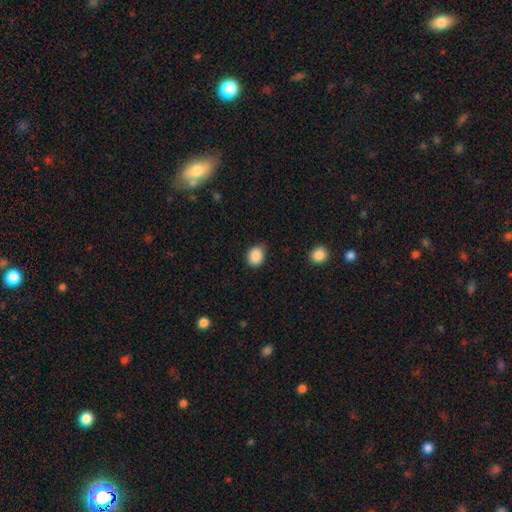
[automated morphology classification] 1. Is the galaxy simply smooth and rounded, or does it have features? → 88% smooth, 8% star or artifact, 3% featured or disk.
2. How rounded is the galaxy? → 50% round, 49% in between, 1% cigar-shaped.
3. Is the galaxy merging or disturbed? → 75% none, 20% minor disturbance, 4% major disturbance, 1% merger.